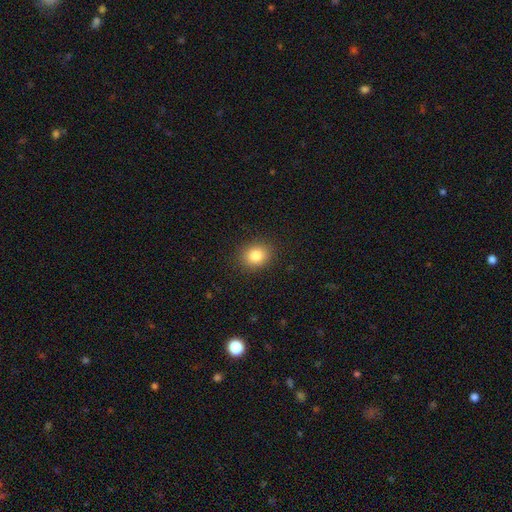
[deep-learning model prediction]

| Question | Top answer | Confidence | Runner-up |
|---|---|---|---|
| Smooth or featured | smooth | 83% | star or artifact (10%) |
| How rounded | round | 61% | in between (38%) |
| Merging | none | 89% | minor disturbance (8%) |